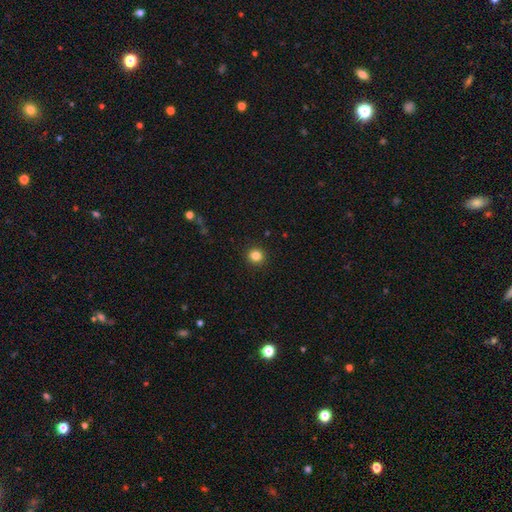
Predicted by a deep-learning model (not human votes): This appears to be a smooth galaxy with no disk features (84%) that is round (92%). Merging: none (92%).